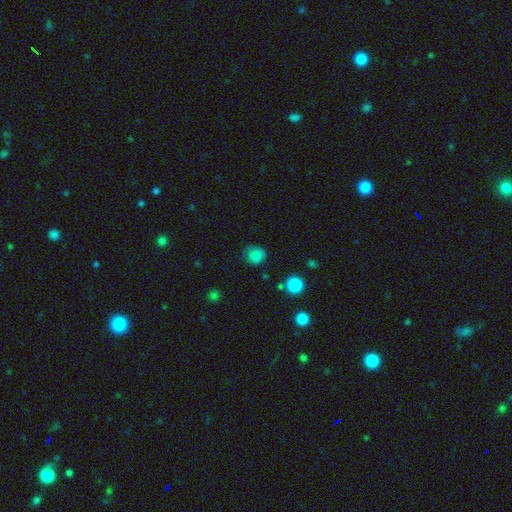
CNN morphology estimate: A smooth galaxy with no disk features (83%) that is round (88%). Merging: none (81%).